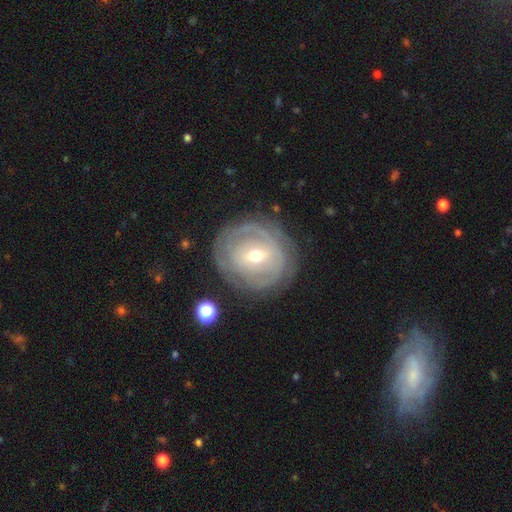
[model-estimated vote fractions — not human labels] featured or disk 74%, smooth 20%, star or artifact 6%. Down the decision tree: edge-on disk — no (96%); bar — weak (49%); spiral arms — yes (74%); spiral arm count — can't tell (50%); spiral winding — tight (73%); bulge size — moderate (57%); merging — none (75%).